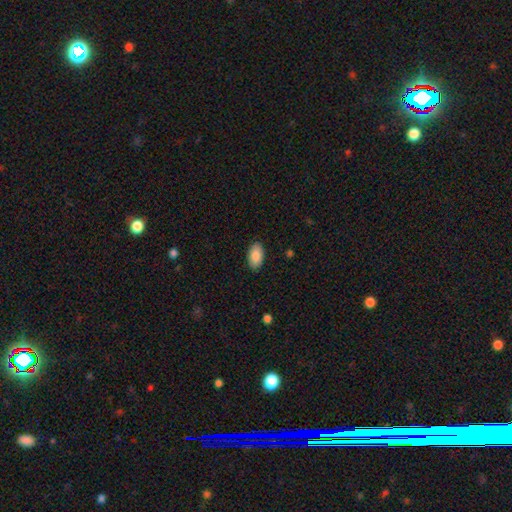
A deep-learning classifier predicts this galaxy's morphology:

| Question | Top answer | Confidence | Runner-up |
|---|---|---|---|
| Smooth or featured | smooth | 87% | star or artifact (6%) |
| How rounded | in between | 95% | round (3%) |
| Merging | none | 89% | minor disturbance (9%) |